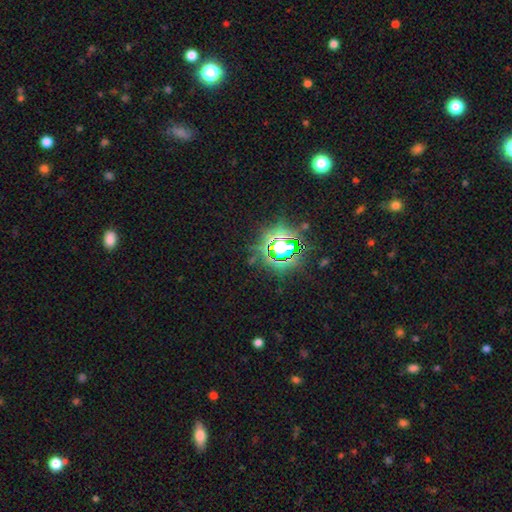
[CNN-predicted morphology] This appears to be a star or artifact, not a galaxy (80%).